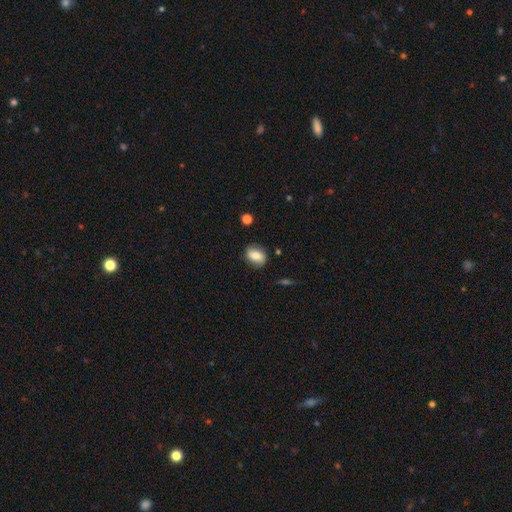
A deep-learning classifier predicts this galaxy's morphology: This appears to be a smooth galaxy with no disk features (71%) that is in between round and cigar-shaped (66%). Merging: none (79%).